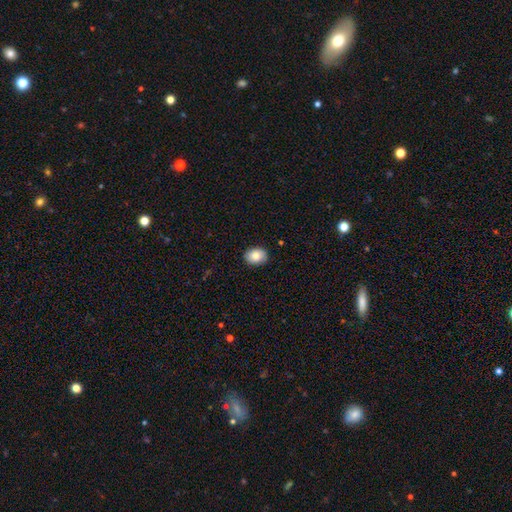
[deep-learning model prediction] Smooth or featured?
  - smooth: 83% *
  - featured or disk: 10%
  - star or artifact: 8%
How rounded?
  - in between: 66% *
  - round: 33%
  - cigar-shaped: 1%
Merging?
  - none: 88% *
  - minor disturbance: 9%
  - major disturbance: 2%
  - merger: 1%